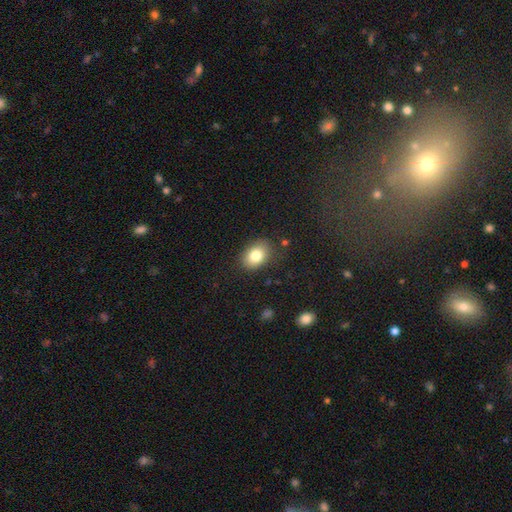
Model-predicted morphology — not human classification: type=smooth (81%); roundness=in between (77%); merging=none (83%).